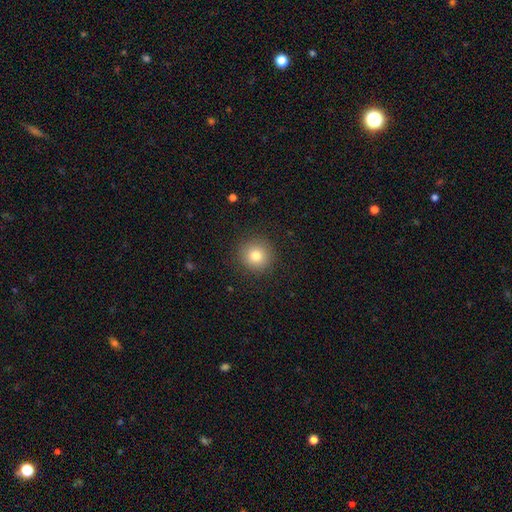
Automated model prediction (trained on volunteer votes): A smooth galaxy with no disk features (81%) that is round (94%). Merging: none (90%).